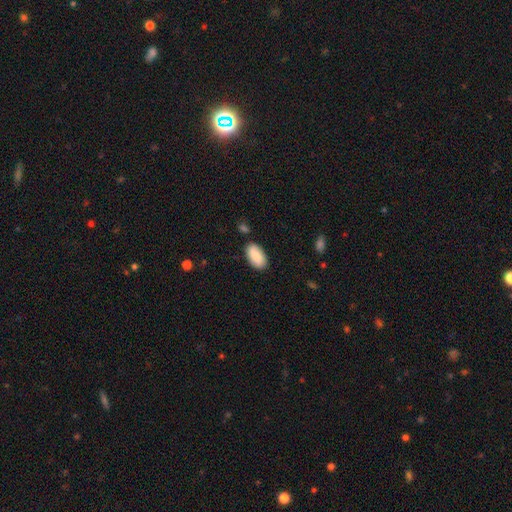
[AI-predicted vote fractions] A smooth galaxy with no disk features (82%) that is in between round and cigar-shaped (94%).

Vote fractions:
- Smooth or featured? smooth: 82% / featured or disk: 12% / star or artifact: 6%
- How rounded? in between: 94% / round: 3% / cigar-shaped: 3%
- Merging? none: 83% / minor disturbance: 12% / major disturbance: 3% / merger: 2%